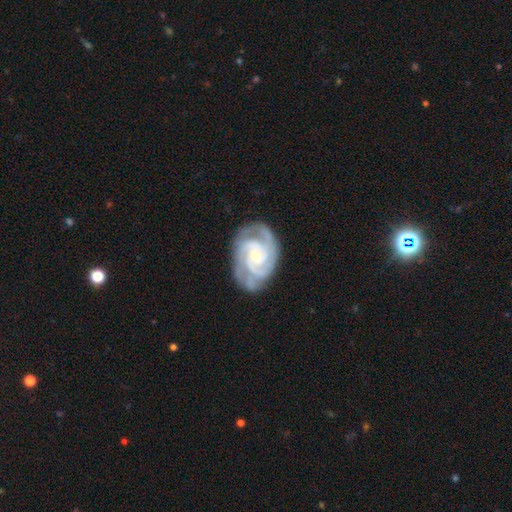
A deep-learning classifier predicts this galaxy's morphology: This appears to be a featured or disk galaxy (92%) with no bar (62%), 3 (48%) tight (66%) spiral arms (98%) and a small central bulge (72%). Merging: none (75%).